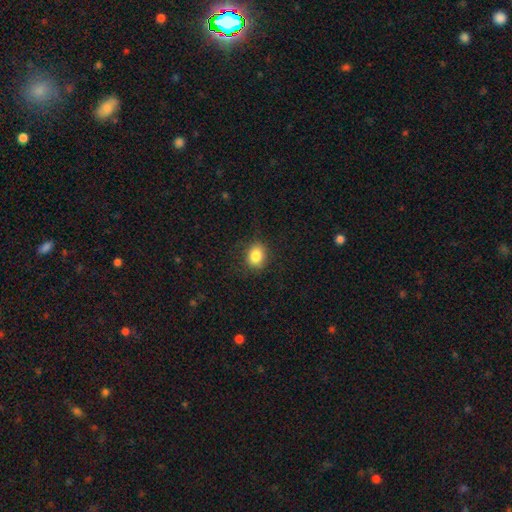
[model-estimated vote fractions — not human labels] smooth 85%, star or artifact 10%, featured or disk 6%. Down the decision tree: how rounded — round (52%); merging — none (85%).